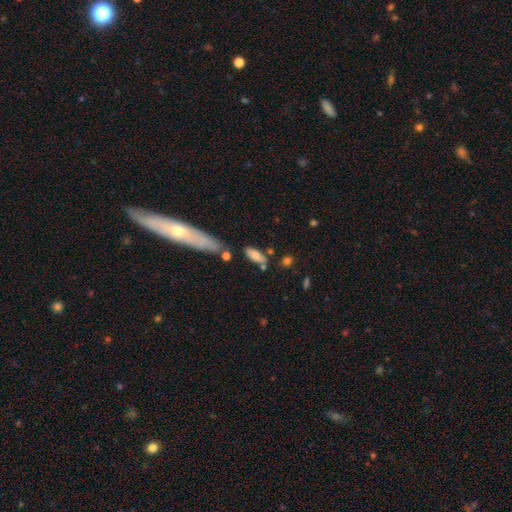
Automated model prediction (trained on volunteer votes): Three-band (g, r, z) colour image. It shows a smooth galaxy with no disk features (80%) that is in between round and cigar-shaped (76%). Merging: none (63%).